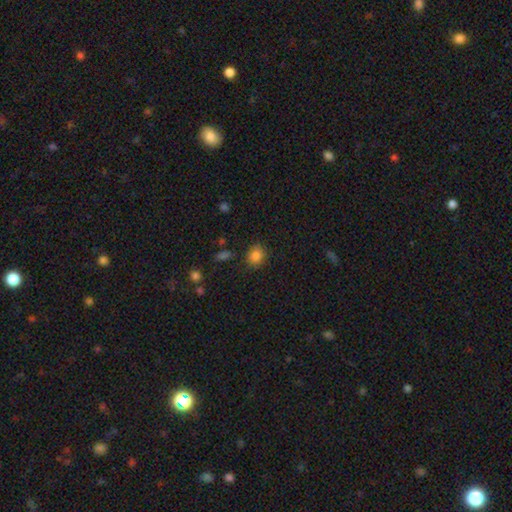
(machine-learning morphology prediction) smooth_or_featured: smooth (p=0.84) [alt: star or artifact p=0.11]
how_rounded: round (p=0.68) [alt: in between p=0.31]
merging: none (p=0.83) [alt: minor disturbance p=0.12]